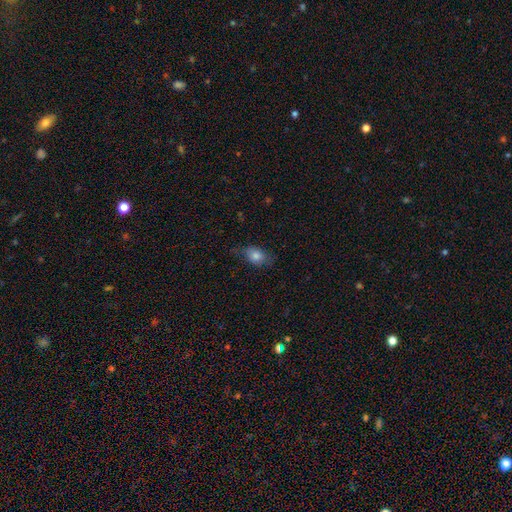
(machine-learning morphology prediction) Smooth or featured: smooth — 78% (featured or disk — 13%)
How rounded: in between — 73% (round — 24%)
Merging: none — 63% (minor disturbance — 27%)